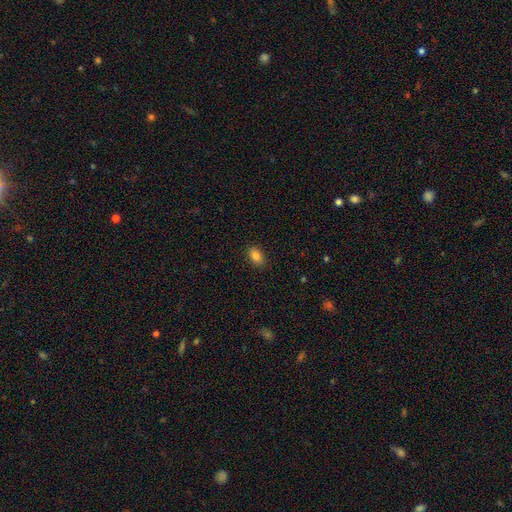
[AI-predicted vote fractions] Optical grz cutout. It shows a smooth galaxy with no disk features (85%) that is in between round and cigar-shaped (87%). Merging: none (88%).